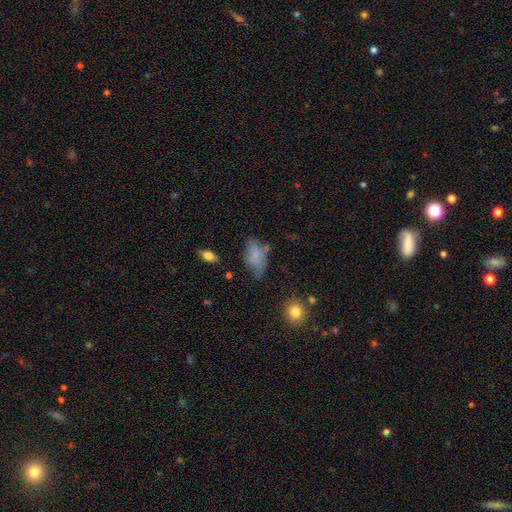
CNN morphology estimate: Smooth or featured: smooth — 74% (featured or disk — 16%)
How rounded: in between — 91% (round — 6%)
Merging: none — 45% (minor disturbance — 34%)